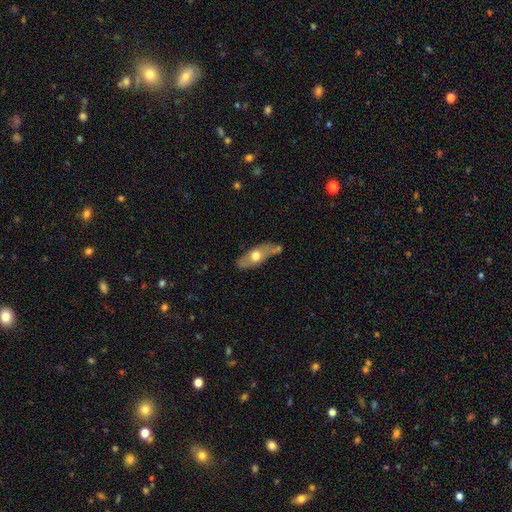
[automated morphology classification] Smooth or featured? Predicted: smooth (p=0.50). How rounded? Predicted: in between (p=0.65). Merging? Predicted: none (p=0.61).